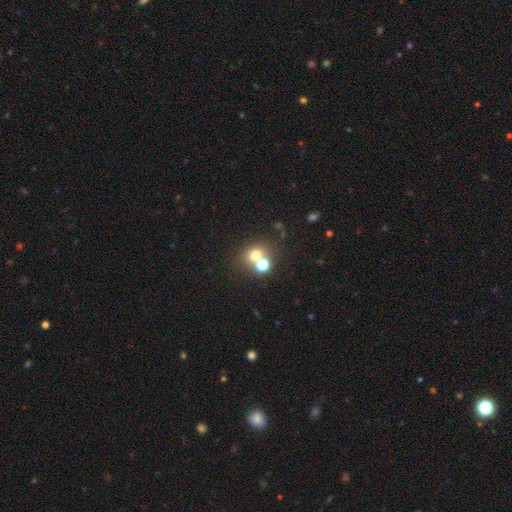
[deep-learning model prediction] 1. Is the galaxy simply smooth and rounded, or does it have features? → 66% smooth, 21% star or artifact, 13% featured or disk.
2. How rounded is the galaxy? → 76% round, 23% in between, 1% cigar-shaped.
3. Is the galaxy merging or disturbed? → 52% none, 36% merger, 8% minor disturbance, 4% major disturbance.